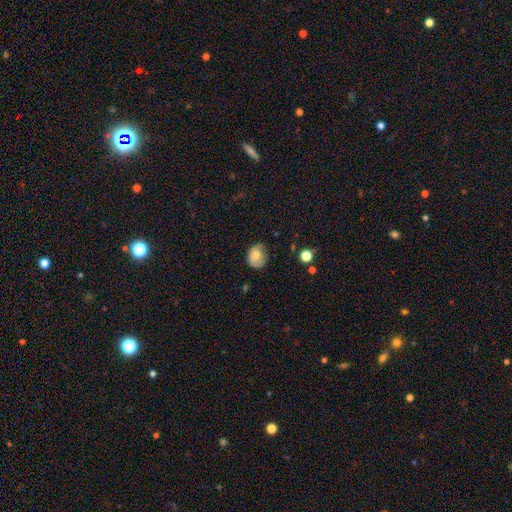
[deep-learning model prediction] Smooth or featured? smooth (70%)
How rounded? round (53%)
Merging? none (63%)